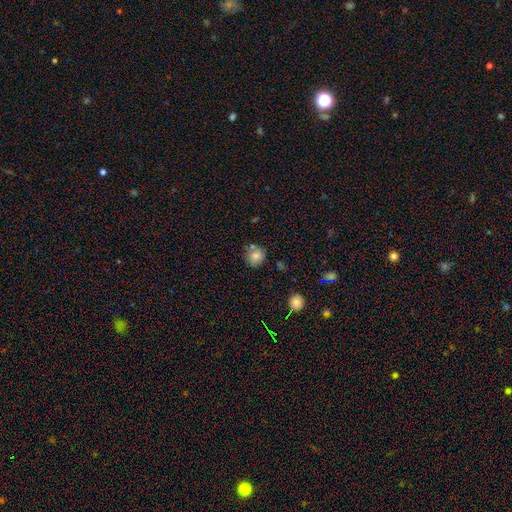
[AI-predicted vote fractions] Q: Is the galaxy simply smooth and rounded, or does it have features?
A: smooth — 78%.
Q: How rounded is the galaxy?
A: round — 82%.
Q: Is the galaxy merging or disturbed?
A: none — 68%.